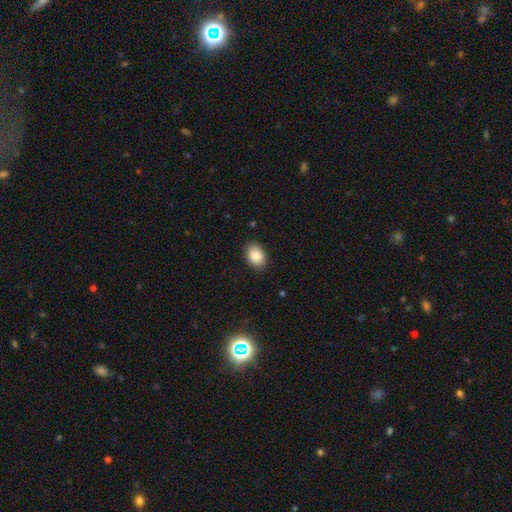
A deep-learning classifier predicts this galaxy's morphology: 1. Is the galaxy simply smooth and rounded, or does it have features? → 88% smooth, 7% star or artifact, 5% featured or disk.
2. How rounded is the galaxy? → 83% in between, 16% round, 1% cigar-shaped.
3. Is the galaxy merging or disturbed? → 87% none, 10% minor disturbance, 2% major disturbance, 1% merger.